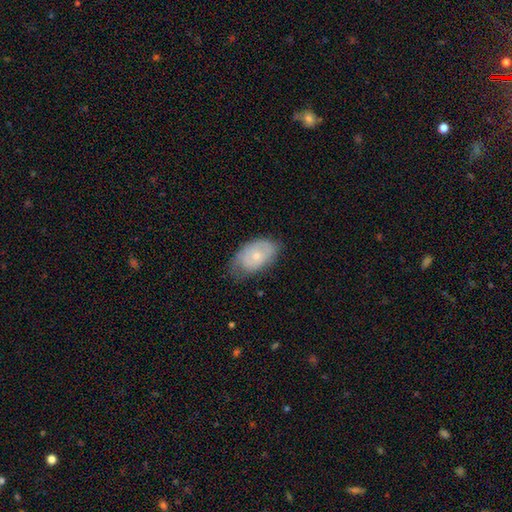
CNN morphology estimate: type=smooth (58%); roundness=in between (90%); merging=none (55%).